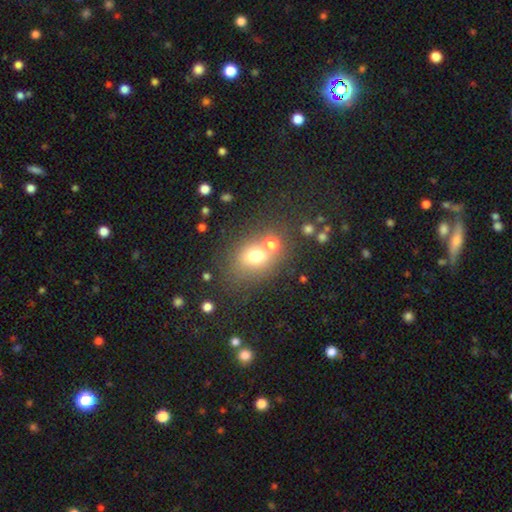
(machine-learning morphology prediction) Smooth or featured? Predicted: smooth (p=0.68). How rounded? Predicted: round (p=0.52). Merging? Predicted: none (p=0.52).